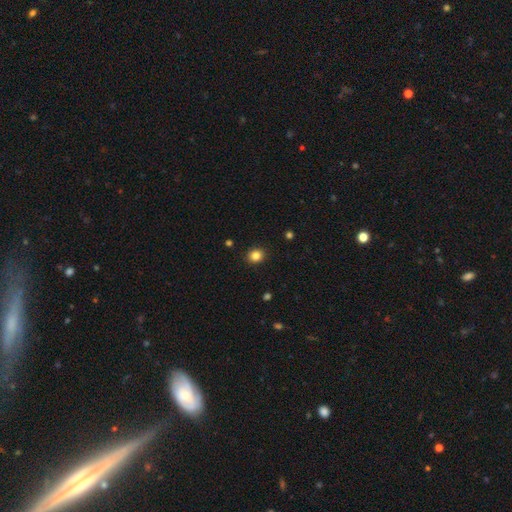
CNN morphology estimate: Q: Smooth or featured?
A: smooth (84%); runner-up: star or artifact (11%)
Q: How rounded?
A: round (74%); runner-up: in between (25%)
Q: Merging?
A: none (91%); runner-up: minor disturbance (7%)